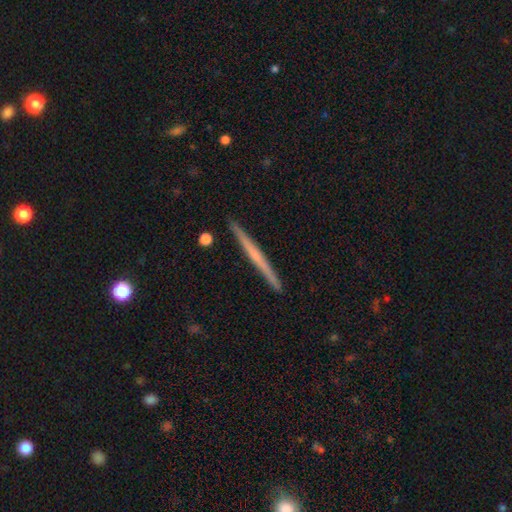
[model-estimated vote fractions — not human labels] Smooth or featured? Predicted: featured or disk (p=0.61). Edge-on disk? Predicted: yes (p=0.98). Edge-on bulge? Predicted: none (p=0.66). Merging? Predicted: none (p=0.92).